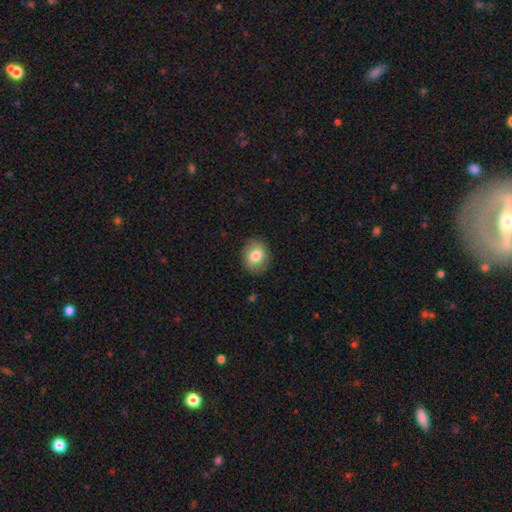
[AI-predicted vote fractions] This is likely a smooth galaxy (78%). How rounded: possibly round (56%). Merging: clearly none (86%).